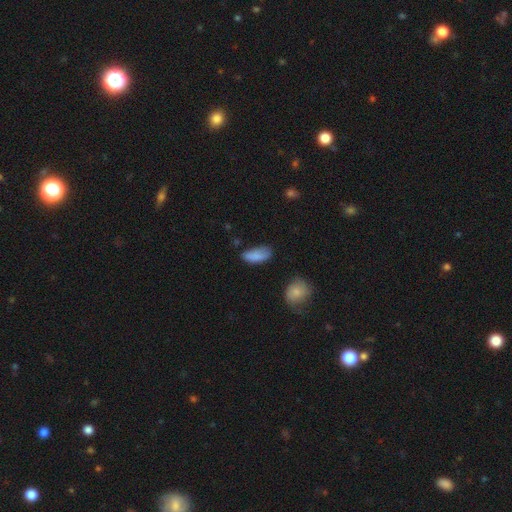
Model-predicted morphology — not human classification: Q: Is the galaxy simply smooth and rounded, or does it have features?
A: smooth — 84%.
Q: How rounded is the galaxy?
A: in between — 84%.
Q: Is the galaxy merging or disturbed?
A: none — 56%.